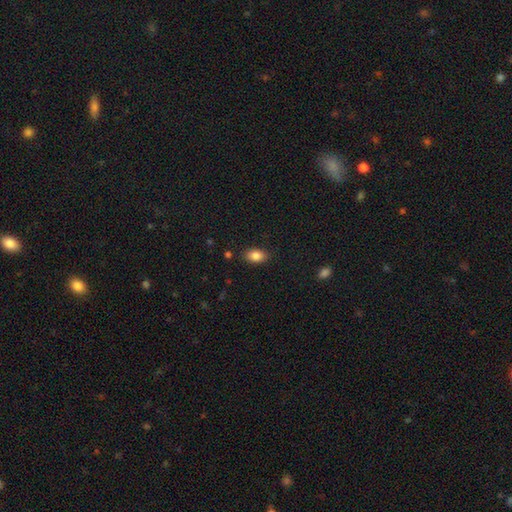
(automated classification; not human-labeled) Smooth or featured? Predicted: smooth (p=0.85). How rounded? Predicted: in between (p=0.87). Merging? Predicted: none (p=0.86).